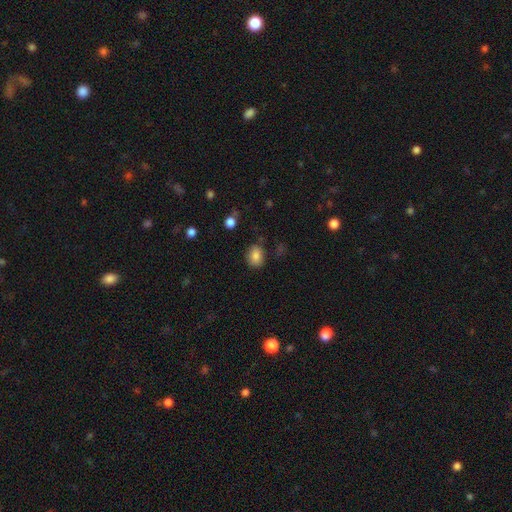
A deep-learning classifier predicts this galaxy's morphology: smooth_or_featured: smooth (p=0.84) [alt: star or artifact p=0.10]
how_rounded: in between (p=0.56) [alt: round p=0.42]
merging: none (p=0.79) [alt: minor disturbance p=0.15]